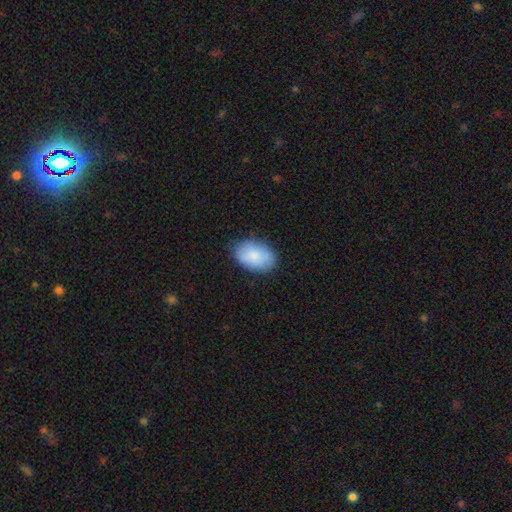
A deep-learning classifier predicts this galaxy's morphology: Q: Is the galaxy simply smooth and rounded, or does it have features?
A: smooth — 84%.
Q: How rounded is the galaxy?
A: in between — 89%.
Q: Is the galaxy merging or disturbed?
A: none — 84%.